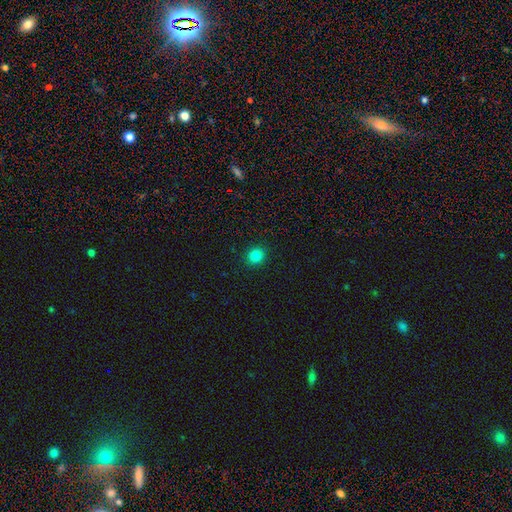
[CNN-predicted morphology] smooth 83%, star or artifact 13%, featured or disk 4%. Down the decision tree: how rounded — round (82%); merging — none (92%).